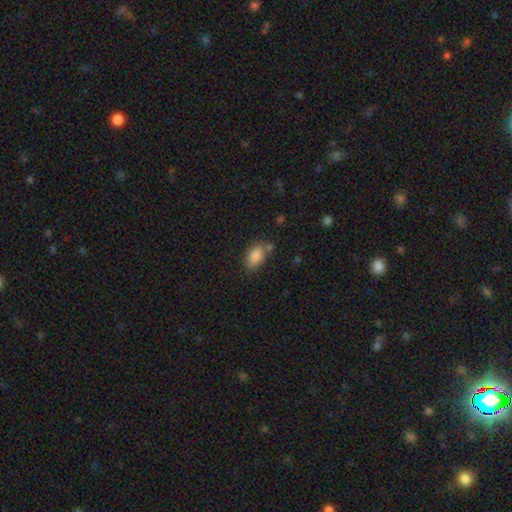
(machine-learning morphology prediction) This appears to be a smooth galaxy with no disk features (86%) that is in between round and cigar-shaped (91%). Merging: none (69%).